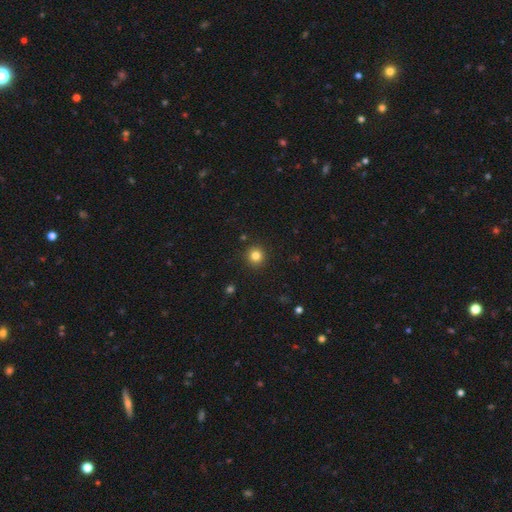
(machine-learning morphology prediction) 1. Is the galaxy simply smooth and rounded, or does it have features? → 82% smooth, 13% star or artifact, 6% featured or disk.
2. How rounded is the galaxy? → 93% round, 6% in between, 1% cigar-shaped.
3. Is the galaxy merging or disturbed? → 91% none, 6% minor disturbance, 2% major disturbance, 1% merger.